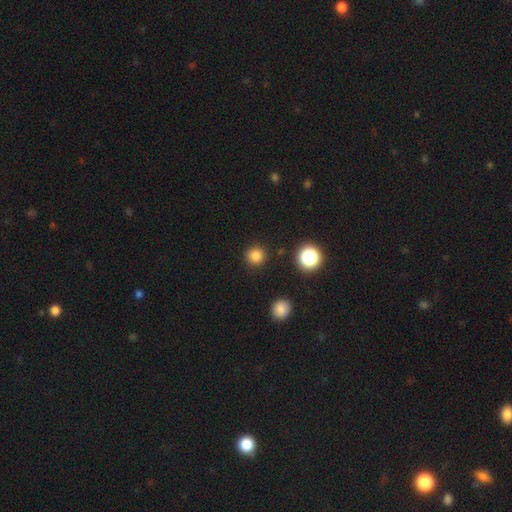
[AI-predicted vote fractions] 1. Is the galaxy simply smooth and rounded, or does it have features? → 82% smooth, 14% star or artifact, 4% featured or disk.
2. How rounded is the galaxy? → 94% round, 5% in between, 1% cigar-shaped.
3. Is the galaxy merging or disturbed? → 90% none, 5% minor disturbance, 2% major disturbance, 2% merger.